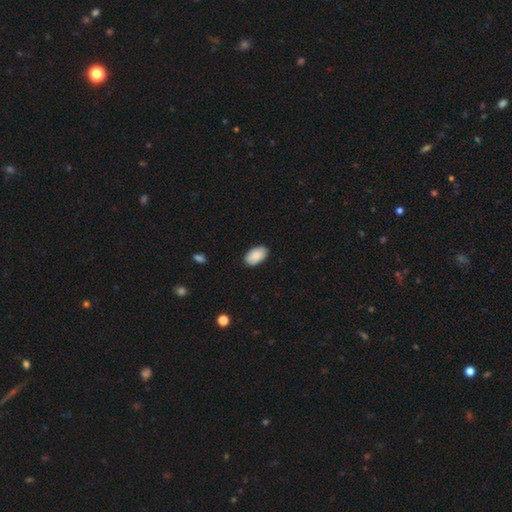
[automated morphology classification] A smooth galaxy with no disk features (90%) that is in between round and cigar-shaped (95%).

Vote fractions:
- Smooth or featured? smooth: 90% / star or artifact: 6% / featured or disk: 4%
- How rounded? in between: 95% / round: 4% / cigar-shaped: 1%
- Merging? none: 87% / minor disturbance: 10% / major disturbance: 2% / merger: 1%